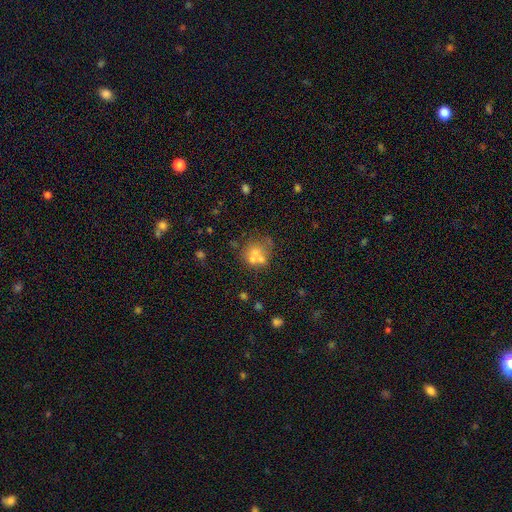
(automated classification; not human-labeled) A smooth galaxy with no disk features (54%) that is round (70%). Merging: merger (42%).